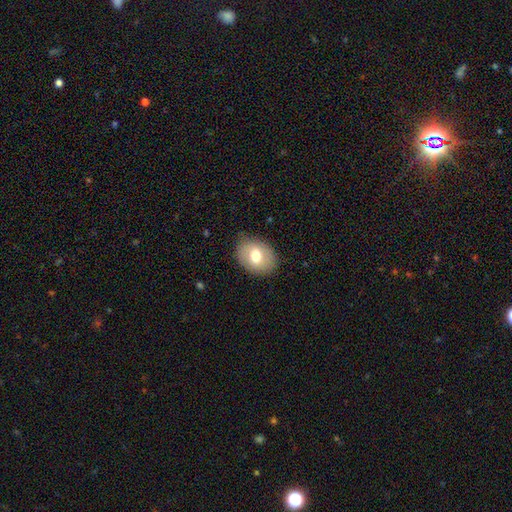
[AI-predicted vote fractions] Smooth or featured? smooth (70%)
How rounded? in between (66%)
Merging? none (82%)